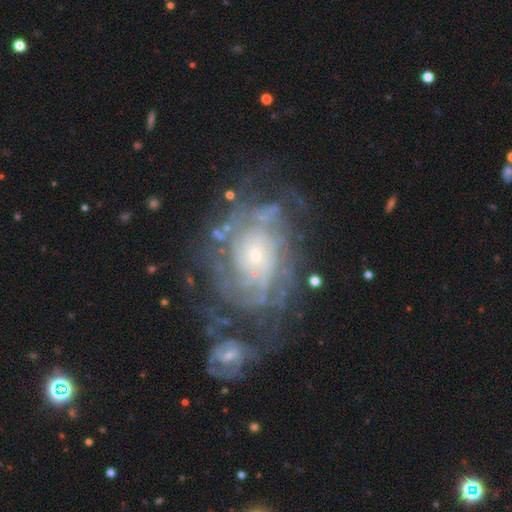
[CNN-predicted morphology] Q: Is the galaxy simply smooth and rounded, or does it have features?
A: featured or disk — 85%.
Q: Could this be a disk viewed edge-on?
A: no — 97%.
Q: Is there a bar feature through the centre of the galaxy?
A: no — 80%.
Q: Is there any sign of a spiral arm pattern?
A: yes — 91%.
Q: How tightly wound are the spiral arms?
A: tight — 72%.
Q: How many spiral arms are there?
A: can't tell — 49%.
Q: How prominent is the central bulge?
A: small — 71%.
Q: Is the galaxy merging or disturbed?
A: none — 46%.